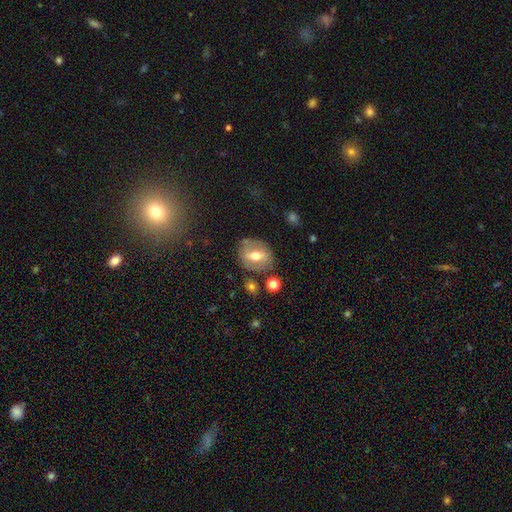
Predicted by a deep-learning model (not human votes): Morphology: type=featured or disk (46%); merging=none (76%).